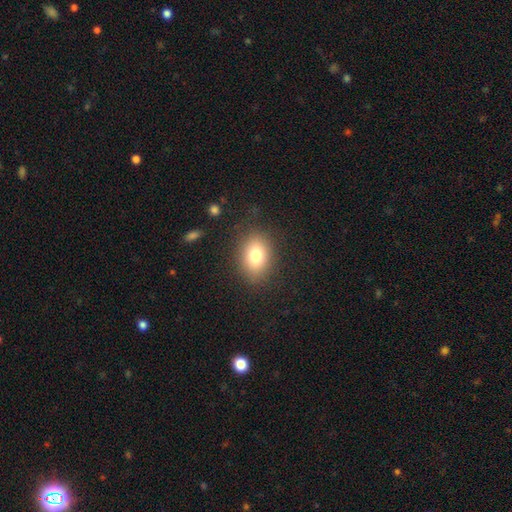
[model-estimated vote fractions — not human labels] Smooth or featured?
  - smooth: 77% *
  - featured or disk: 12%
  - star or artifact: 11%
How rounded?
  - in between: 71% *
  - round: 28%
  - cigar-shaped: 1%
Merging?
  - none: 84% *
  - minor disturbance: 11%
  - major disturbance: 4%
  - merger: 1%